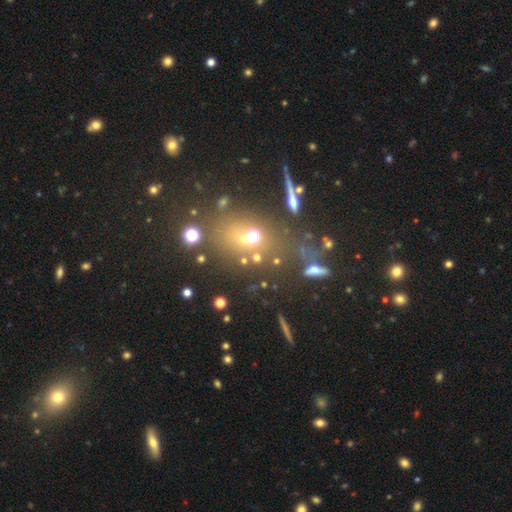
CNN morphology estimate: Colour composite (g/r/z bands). It shows a smooth galaxy with no disk features (45%). Merging: none (58%).